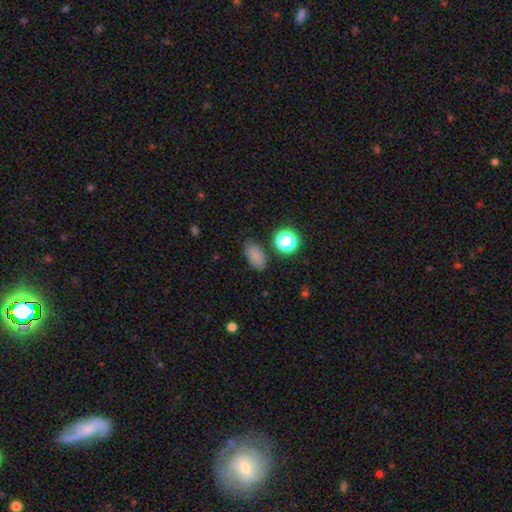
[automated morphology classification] This is likely a smooth galaxy (78%). How rounded: clearly in between (86%). Merging: likely none (76%).